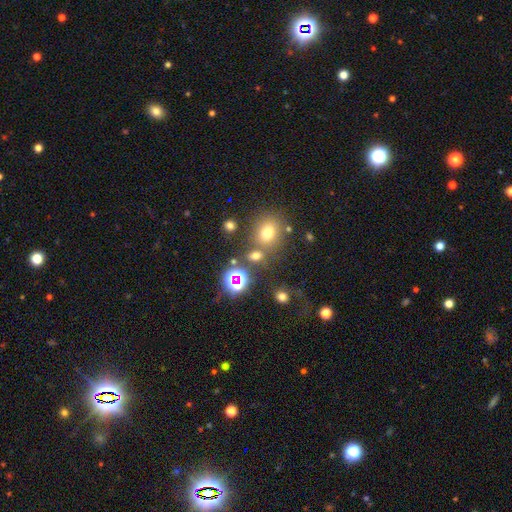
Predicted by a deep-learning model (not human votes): Overall: smooth (61%; star or artifact 29%). How rounded: round (61%; in between 37%). Merging: none (63%).